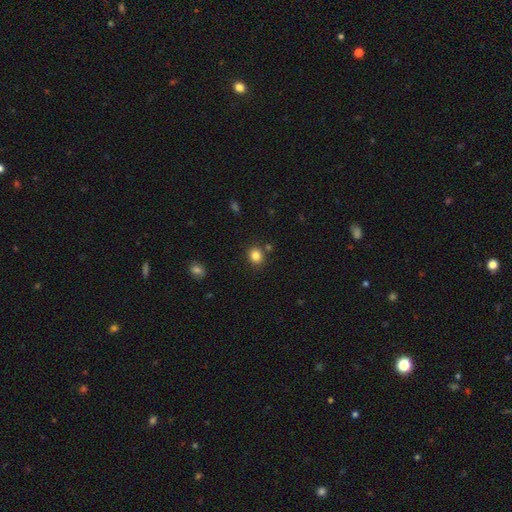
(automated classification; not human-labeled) A smooth galaxy with no disk features (84%) that is round (73%). Merging: none (83%).